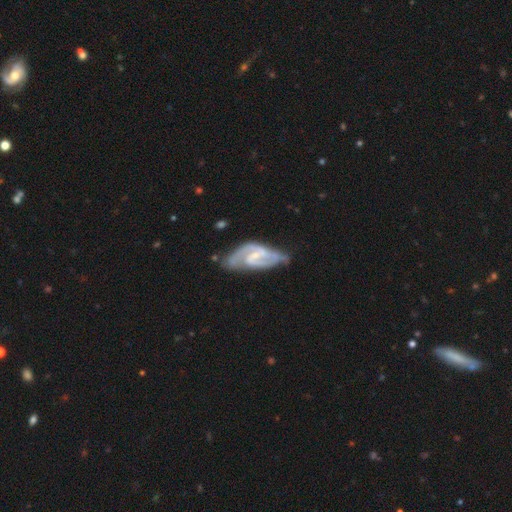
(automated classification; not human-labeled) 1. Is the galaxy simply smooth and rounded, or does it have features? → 90% featured or disk, 6% smooth, 4% star or artifact.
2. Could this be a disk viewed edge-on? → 96% no, 4% yes.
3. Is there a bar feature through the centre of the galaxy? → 52% weak, 25% strong, 23% no.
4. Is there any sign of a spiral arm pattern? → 97% yes, 3% no.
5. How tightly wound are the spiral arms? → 54% medium, 33% tight, 13% loose.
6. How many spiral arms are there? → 86% 2, 5% 3, 4% can't tell, 2% 1, 1% 4, 1% more than 4.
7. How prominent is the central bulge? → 64% small, 25% moderate, 9% none, 1% large, 1% dominant.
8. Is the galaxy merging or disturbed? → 60% none, 26% minor disturbance, 10% major disturbance, 4% merger.